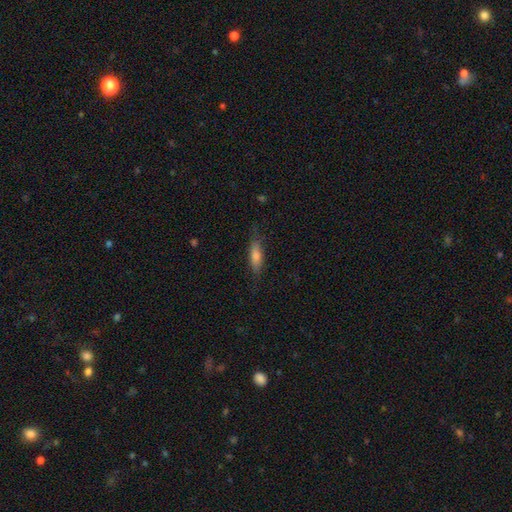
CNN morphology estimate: The model was most divided on "how rounded": cigar-shaped: 61%, in between: 37%, round: 2%. More confident: merging — none (78%); smooth or featured — smooth (67%).